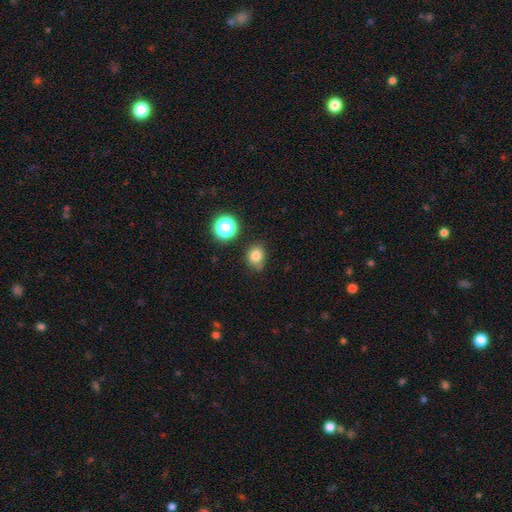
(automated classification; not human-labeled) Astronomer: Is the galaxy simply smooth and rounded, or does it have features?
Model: smooth — 80%.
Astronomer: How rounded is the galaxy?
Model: round — 59% (runner-up: in between, 40%).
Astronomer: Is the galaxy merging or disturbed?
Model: none — 72%.